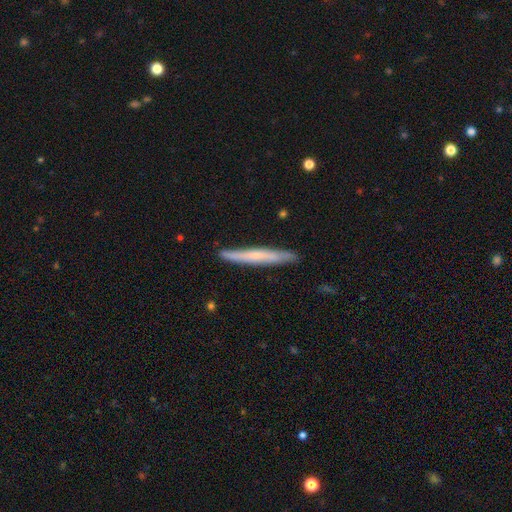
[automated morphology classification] smooth_or_featured: featured or disk (p=0.48) [alt: smooth p=0.45]
merging: none (p=0.88) [alt: minor disturbance p=0.09]